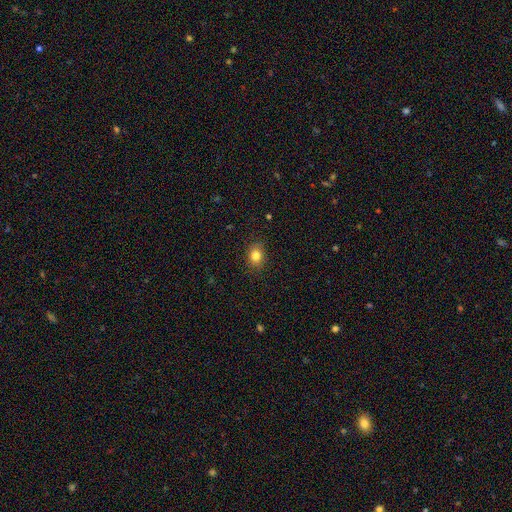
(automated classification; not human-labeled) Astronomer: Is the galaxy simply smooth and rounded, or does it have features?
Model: smooth — 82%.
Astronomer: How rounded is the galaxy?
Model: round — 50% (runner-up: in between, 49%).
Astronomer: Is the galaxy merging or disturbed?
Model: none — 85%.